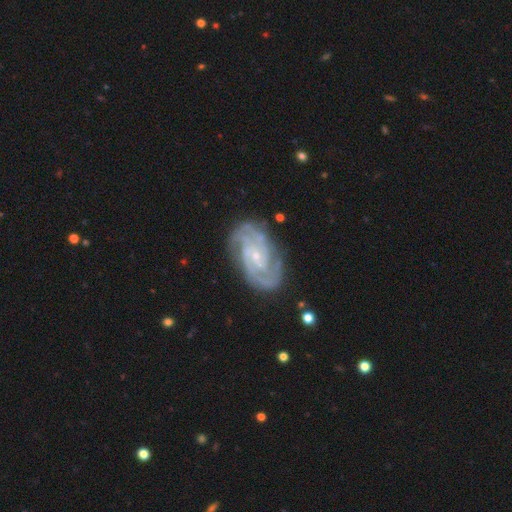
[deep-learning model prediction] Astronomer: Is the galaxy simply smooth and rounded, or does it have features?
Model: featured or disk — 90%.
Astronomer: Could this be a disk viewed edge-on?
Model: no — 97%.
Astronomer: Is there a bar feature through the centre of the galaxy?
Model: no — 50% (runner-up: weak, 38%).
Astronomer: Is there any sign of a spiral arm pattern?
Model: yes — 98%.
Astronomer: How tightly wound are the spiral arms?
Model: tight — 64%.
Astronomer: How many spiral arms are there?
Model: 2 — 44% (runner-up: 3, 23%).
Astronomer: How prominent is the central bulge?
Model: small — 79%.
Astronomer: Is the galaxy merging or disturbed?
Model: none — 79%.